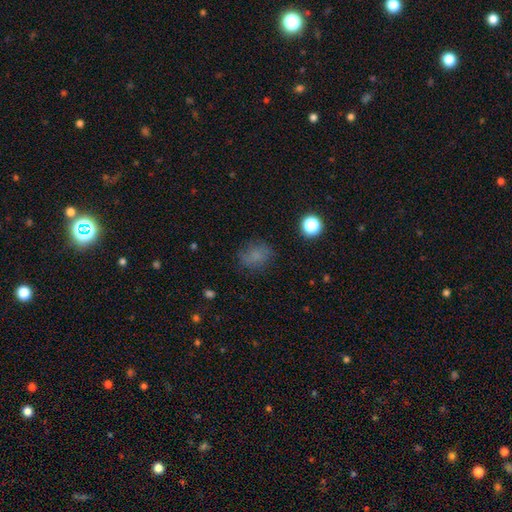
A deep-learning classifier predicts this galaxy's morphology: Smooth or featured: smooth — 73% (star or artifact — 17%)
How rounded: round — 50% (in between — 49%)
Merging: none — 73% (minor disturbance — 18%)